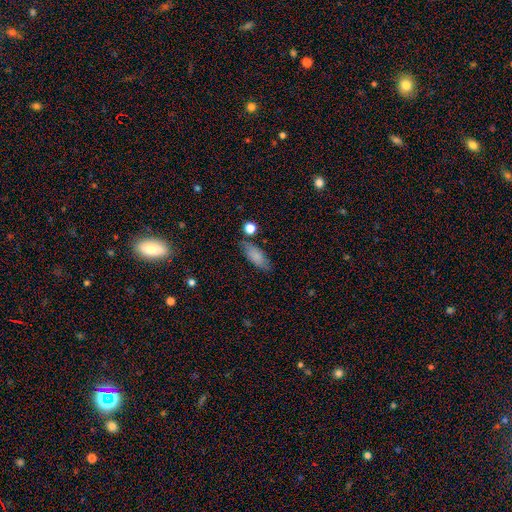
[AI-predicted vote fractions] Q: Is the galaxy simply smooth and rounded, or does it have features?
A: smooth — 79%.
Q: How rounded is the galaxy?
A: in between — 77%.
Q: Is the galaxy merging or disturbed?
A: none — 73%.